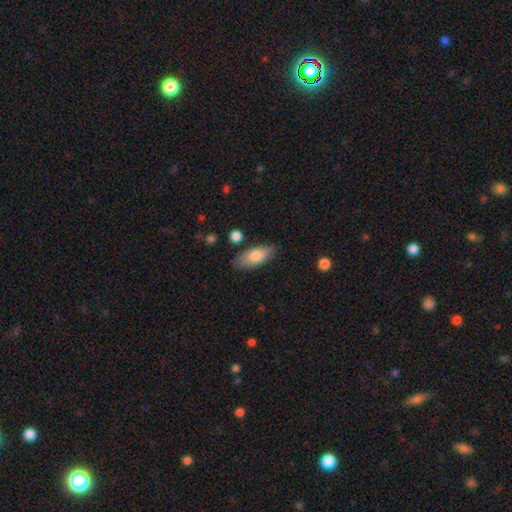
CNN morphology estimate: Smooth or featured? smooth (80%)
How rounded? in between (81%)
Merging? none (78%)